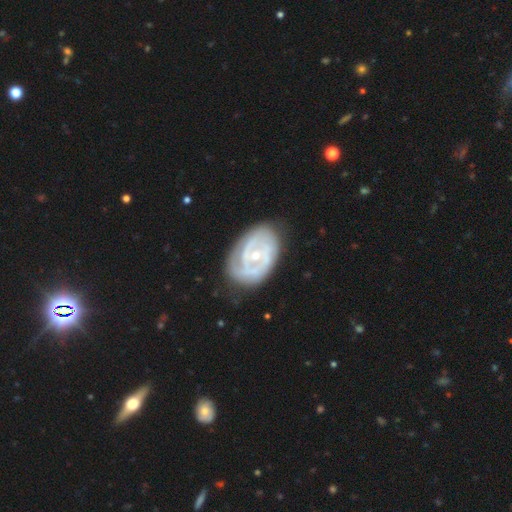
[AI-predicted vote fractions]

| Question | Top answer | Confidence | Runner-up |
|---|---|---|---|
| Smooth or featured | featured or disk | 83% | smooth (12%) |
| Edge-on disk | no | 97% | yes (3%) |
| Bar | no | 52% | weak (36%) |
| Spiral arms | yes | 88% | no (12%) |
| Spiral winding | tight | 60% | medium (31%) |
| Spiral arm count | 2 | 48% | can't tell (27%) |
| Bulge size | small | 64% | moderate (33%) |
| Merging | none | 69% | minor disturbance (21%) |